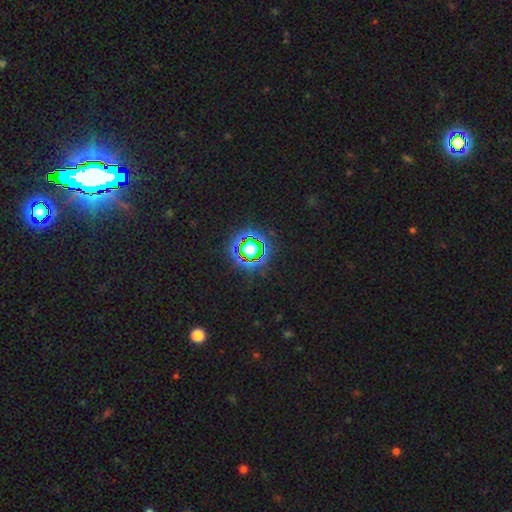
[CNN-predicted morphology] Smooth or featured: star or artifact — 73% (smooth — 18%)